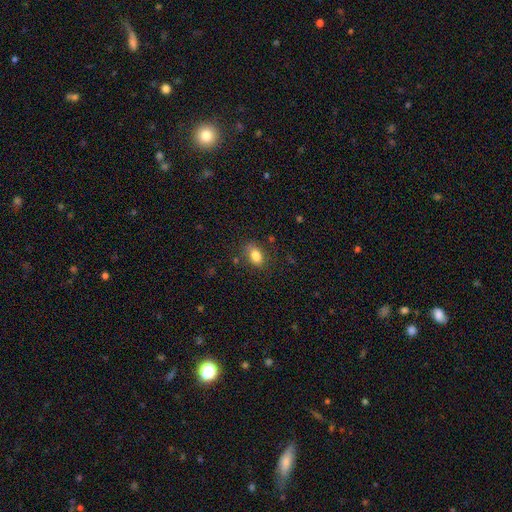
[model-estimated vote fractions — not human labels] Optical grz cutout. It shows a smooth galaxy with no disk features (83%) that is in between round and cigar-shaped (84%). Merging: none (76%).